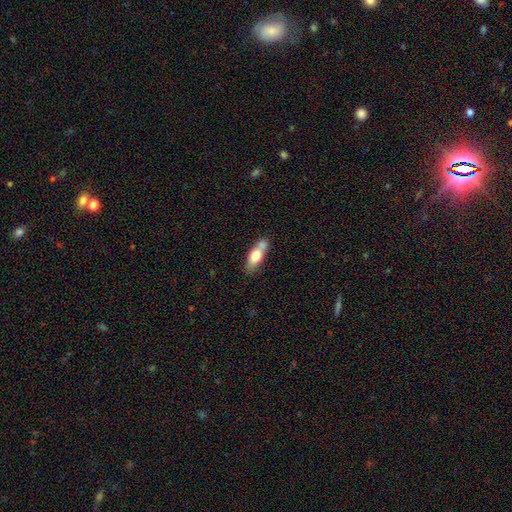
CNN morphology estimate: smooth-or-featured: smooth: 66% | featured or disk: 28% | star or artifact: 6%
  how-rounded: in between: 60% | cigar-shaped: 36% | round: 4%
  merging: none: 49% | merger: 26% | minor disturbance: 19% | major disturbance: 5%